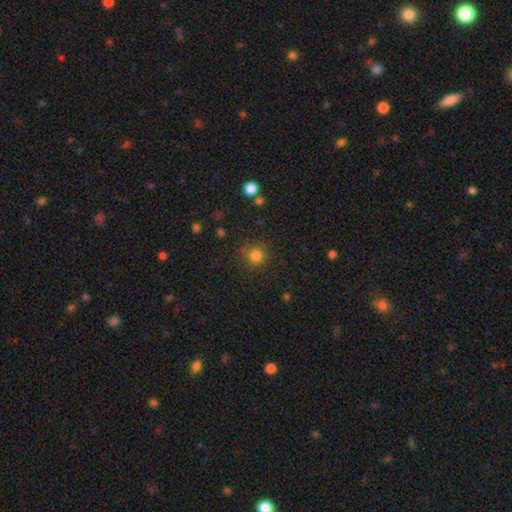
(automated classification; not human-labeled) A smooth galaxy with no disk features (81%) that is round (91%). Merging: none (79%).